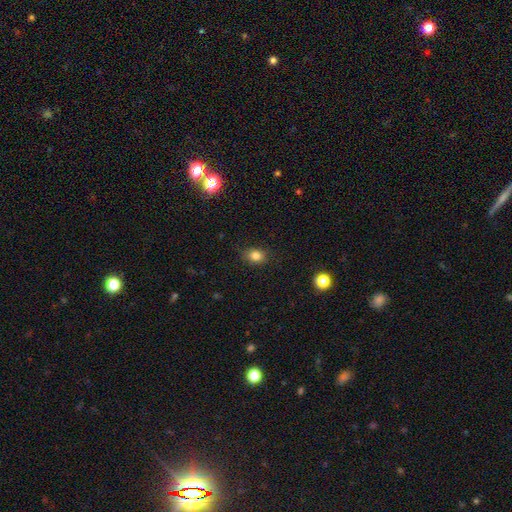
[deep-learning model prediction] Morphology: type=smooth (82%); roundness=in between (56%); merging=none (84%).